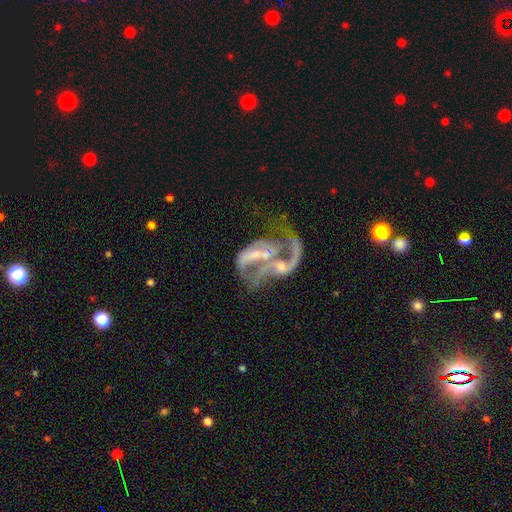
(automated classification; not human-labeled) Q: Smooth or featured?
A: featured or disk (81%); runner-up: smooth (10%)
Q: Edge-on disk?
A: no (97%); runner-up: yes (3%)
Q: Bar?
A: no (47%); runner-up: weak (34%)
Q: Spiral arms?
A: yes (75%); runner-up: no (25%)
Q: Spiral winding?
A: loose (58%); runner-up: medium (31%)
Q: Spiral arm count?
A: 2 (47%); runner-up: 1 (25%)
Q: Bulge size?
A: small (43%); runner-up: none (28%)
Q: Merging?
A: merger (52%); runner-up: major disturbance (28%)